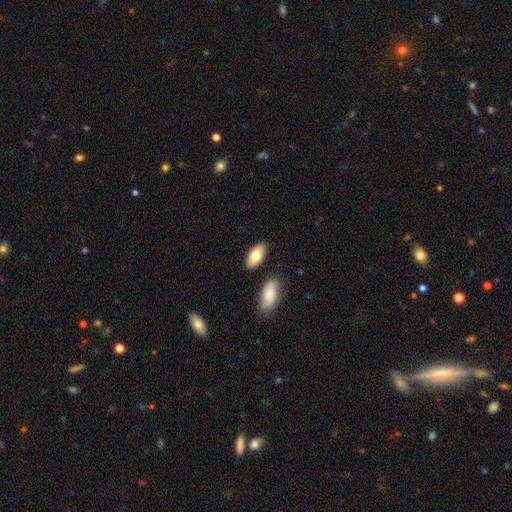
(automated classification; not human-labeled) A smooth galaxy with no disk features (77%) that is in between round and cigar-shaped (93%).

Vote fractions:
- Smooth or featured? smooth: 77% / featured or disk: 17% / star or artifact: 6%
- How rounded? in between: 93% / cigar-shaped: 4% / round: 3%
- Merging? none: 83% / minor disturbance: 10% / merger: 4% / major disturbance: 2%